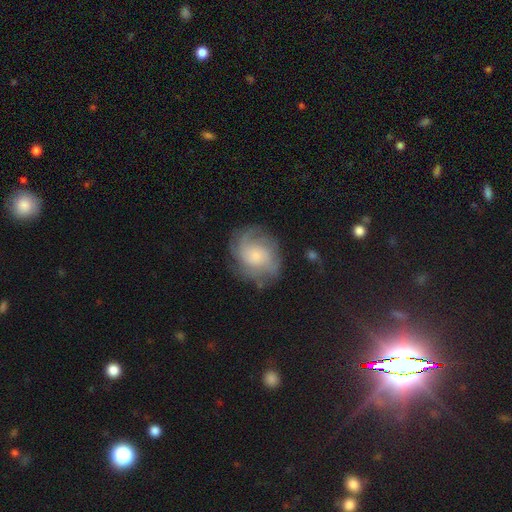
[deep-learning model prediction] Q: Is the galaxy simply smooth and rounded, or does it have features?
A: featured or disk — 65%.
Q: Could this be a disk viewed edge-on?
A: no — 98%.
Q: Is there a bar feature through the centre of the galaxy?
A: no — 75%.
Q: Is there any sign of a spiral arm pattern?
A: yes — 90%.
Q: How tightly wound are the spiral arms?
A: tight — 42%.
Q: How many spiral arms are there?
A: can't tell — 35%.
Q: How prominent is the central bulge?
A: moderate — 37%.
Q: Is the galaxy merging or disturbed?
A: none — 68%.